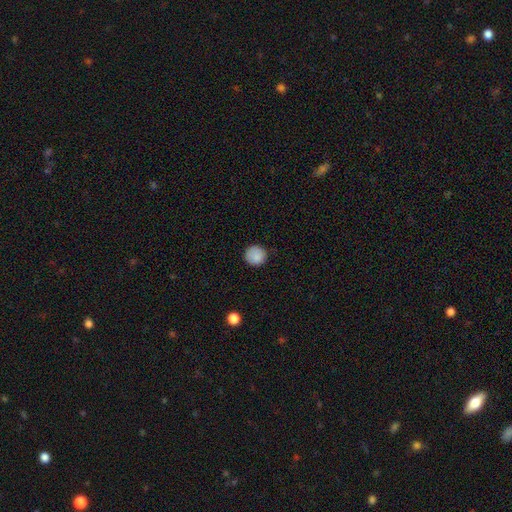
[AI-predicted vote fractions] Smooth or featured? smooth (87%)
How rounded? round (93%)
Merging? none (86%)